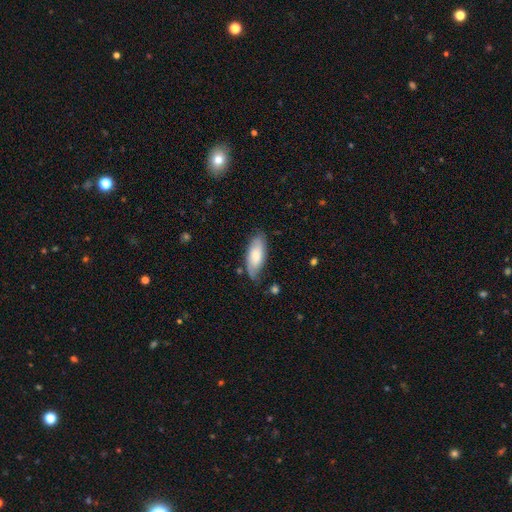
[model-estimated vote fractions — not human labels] smooth_or_featured: smooth (p=0.71) [alt: featured or disk p=0.24]
how_rounded: in between (p=0.81) [alt: cigar-shaped p=0.17]
merging: none (p=0.72) [alt: minor disturbance p=0.22]